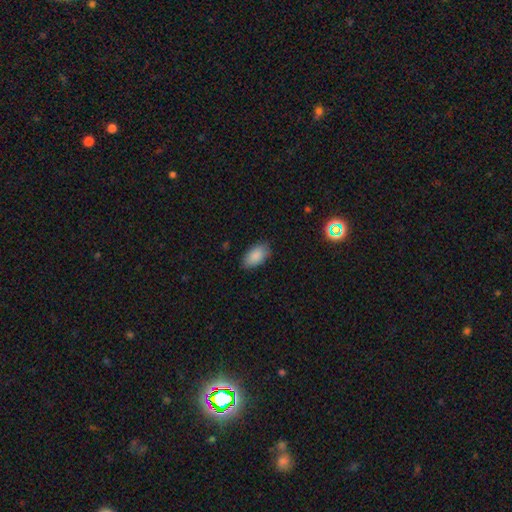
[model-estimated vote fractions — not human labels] smooth 88%, star or artifact 7%, featured or disk 5%. Down the decision tree: how rounded — in between (94%); merging — none (84%).